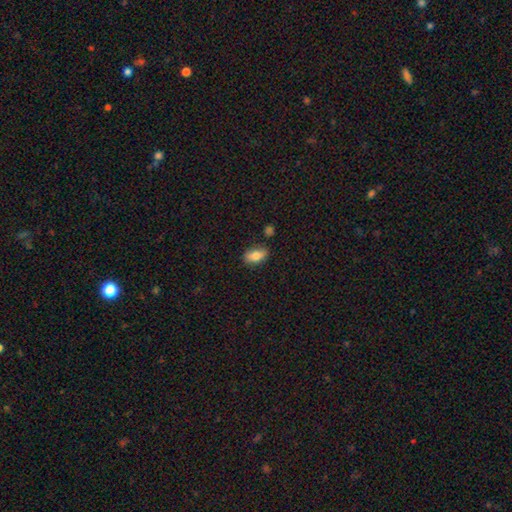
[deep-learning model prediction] The model was most divided on "merging": none: 76%, minor disturbance: 17%, merger: 4%, major disturbance: 3%. More confident: how rounded — in between (89%); smooth or featured — smooth (81%).